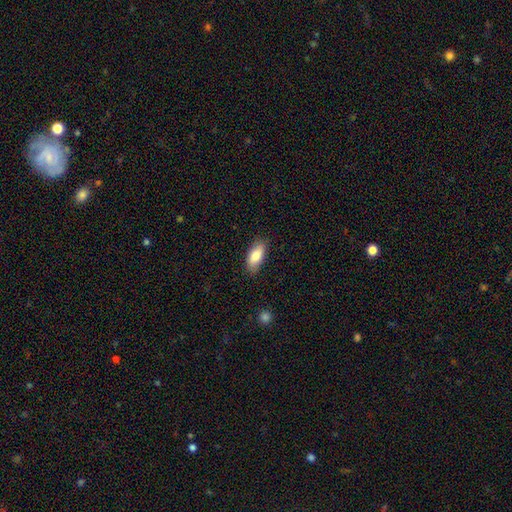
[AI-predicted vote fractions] This appears to be a smooth galaxy with no disk features (81%) that is in between round and cigar-shaped (87%). Merging: none (83%).